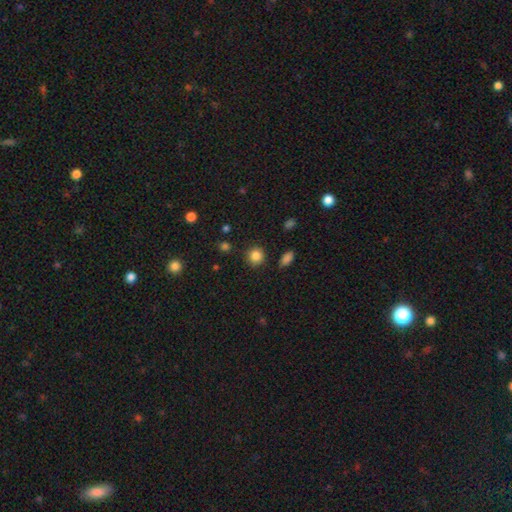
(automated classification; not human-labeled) Morphology: type=smooth (85%); roundness=round (89%); merging=none (88%).